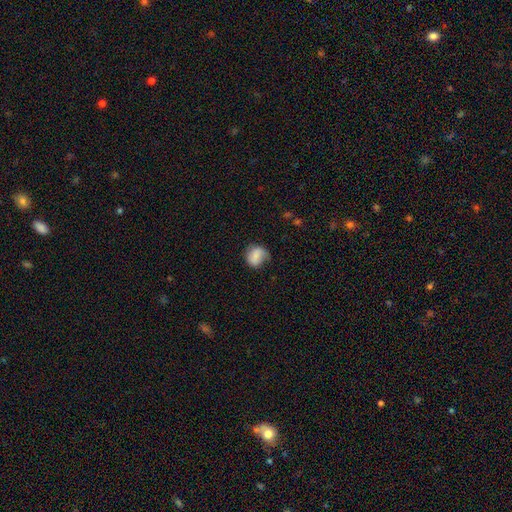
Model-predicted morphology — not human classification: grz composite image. It shows a smooth galaxy with no disk features (73%) that is round (69%). Merging: none (56%).